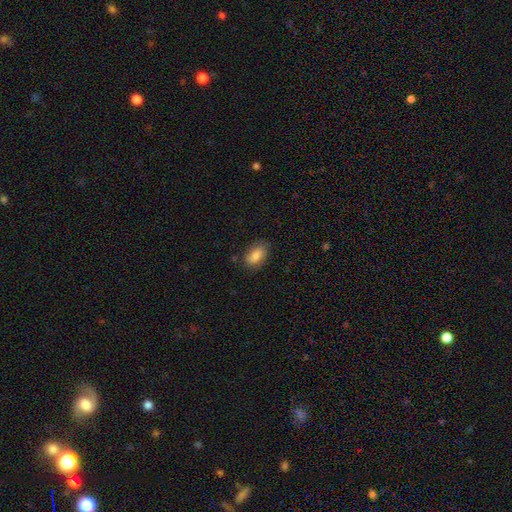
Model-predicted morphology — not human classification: A smooth galaxy with no disk features (80%) that is in between round and cigar-shaped (91%).

Vote fractions:
- Smooth or featured? smooth: 80% / featured or disk: 12% / star or artifact: 7%
- How rounded? in between: 91% / round: 7% / cigar-shaped: 2%
- Merging? none: 77% / minor disturbance: 18% / major disturbance: 4% / merger: 2%